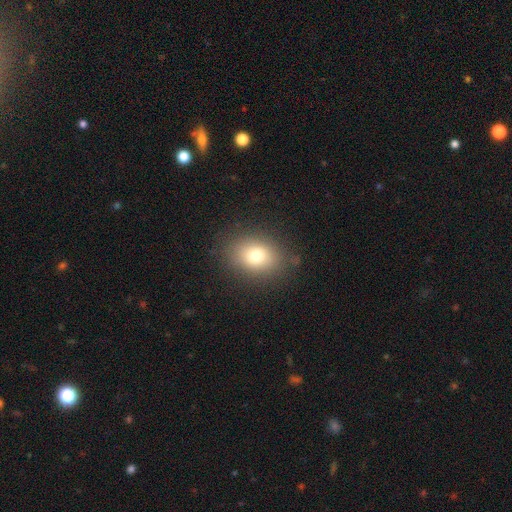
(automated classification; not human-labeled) A smooth galaxy with no disk features (79%) that is in between round and cigar-shaped (58%). Merging: none (84%).